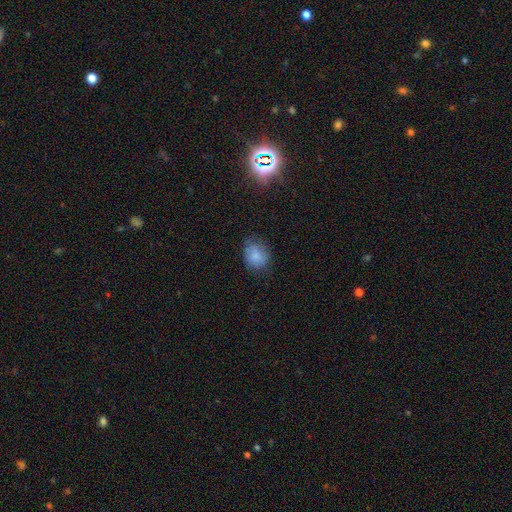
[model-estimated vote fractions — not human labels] A smooth galaxy with no disk features (79%) that is round (53%).

Vote fractions:
- Smooth or featured? smooth: 79% / featured or disk: 11% / star or artifact: 10%
- How rounded? round: 53% / in between: 46% / cigar-shaped: 1%
- Merging? none: 64% / minor disturbance: 25% / major disturbance: 9% / merger: 2%